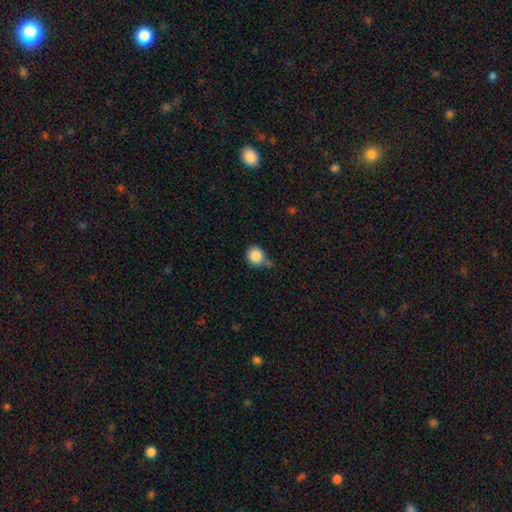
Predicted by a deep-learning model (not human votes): This appears to be a smooth galaxy with no disk features (86%) that is round (89%). Merging: none (58%).